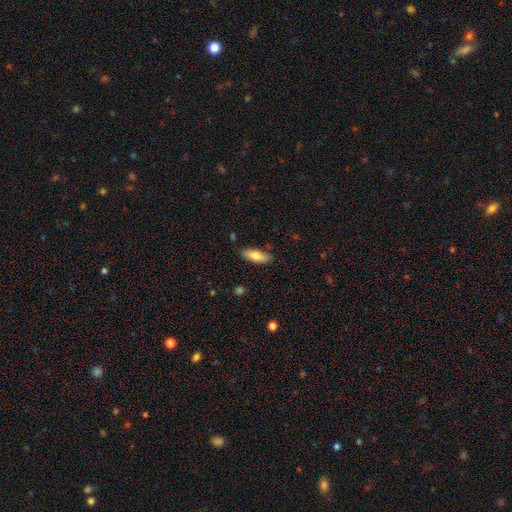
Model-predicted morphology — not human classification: Q: Smooth or featured?
A: smooth (75%); runner-up: featured or disk (18%)
Q: How rounded?
A: in between (68%); runner-up: cigar-shaped (30%)
Q: Merging?
A: none (84%); runner-up: minor disturbance (12%)